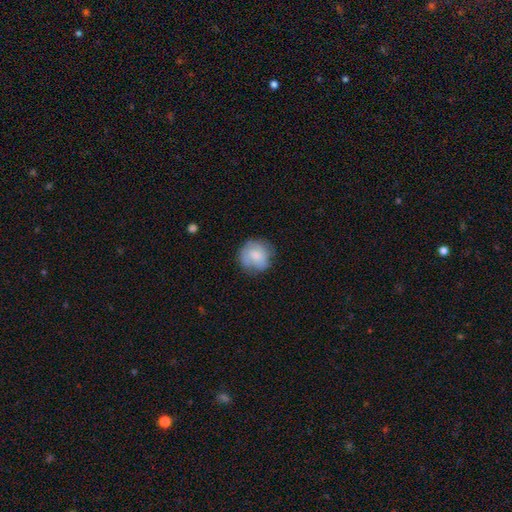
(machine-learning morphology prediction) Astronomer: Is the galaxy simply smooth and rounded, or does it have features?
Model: smooth — 68%.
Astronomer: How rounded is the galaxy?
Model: round — 87%.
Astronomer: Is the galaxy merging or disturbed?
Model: none — 70%.